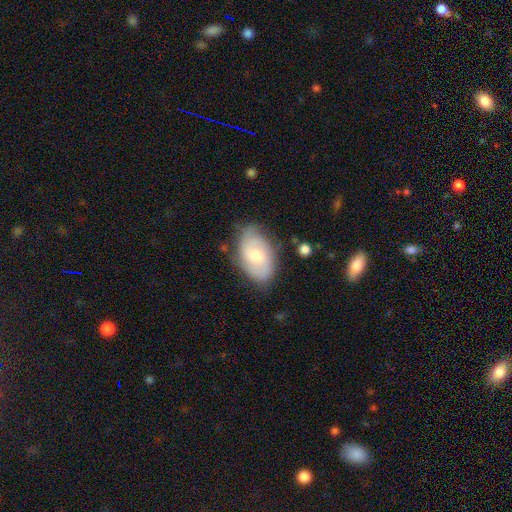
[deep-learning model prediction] Overall: smooth (49%; featured or disk 45%). Merging: none (69%).